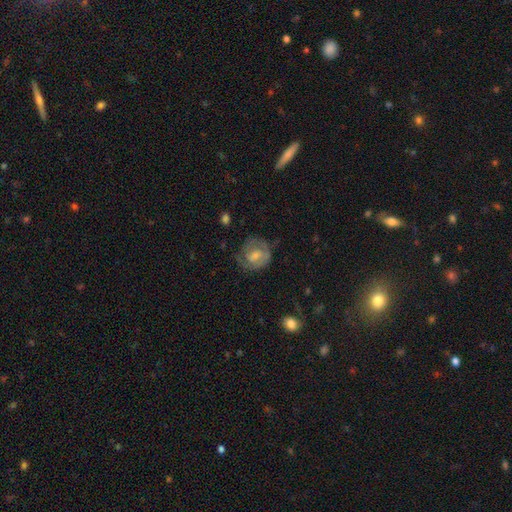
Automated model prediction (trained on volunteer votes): Q: Smooth or featured?
A: featured or disk (48%); runner-up: smooth (44%)
Q: Merging?
A: none (55%); runner-up: minor disturbance (25%)